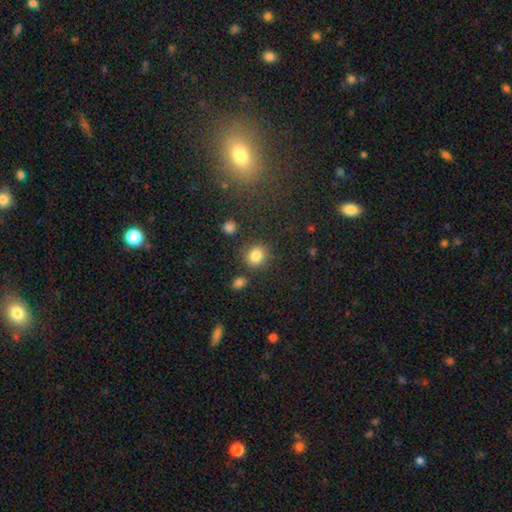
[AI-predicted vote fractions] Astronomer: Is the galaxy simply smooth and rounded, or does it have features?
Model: smooth — 84%.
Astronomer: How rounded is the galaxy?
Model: round — 75%.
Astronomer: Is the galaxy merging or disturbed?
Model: none — 80%.